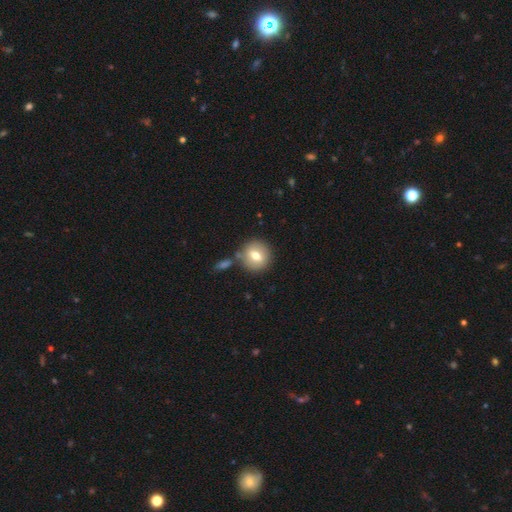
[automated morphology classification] A smooth galaxy with no disk features (69%) that is round (84%). Merging: none (75%).